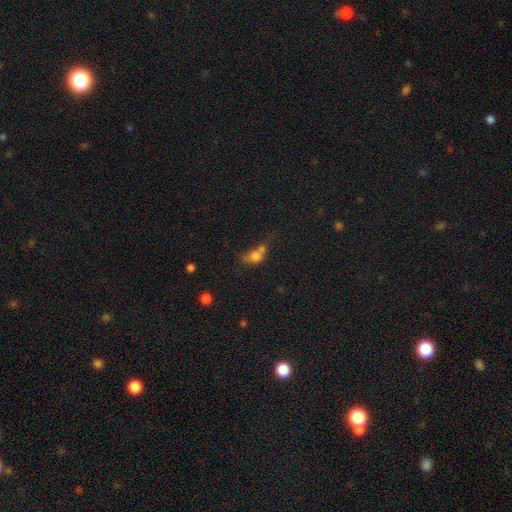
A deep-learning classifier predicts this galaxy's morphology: The model was most divided on "how rounded": in between: 56%, round: 41%, cigar-shaped: 4%. More confident: smooth or featured — smooth (71%); merging — merger (57%).